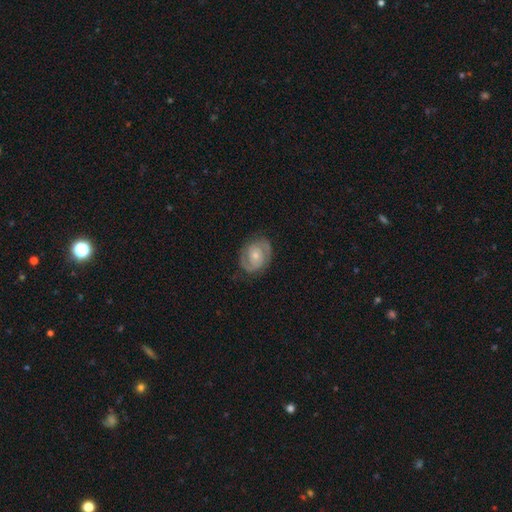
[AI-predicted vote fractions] Q: Smooth or featured?
A: featured or disk (84%); runner-up: smooth (11%)
Q: Edge-on disk?
A: no (98%); runner-up: yes (2%)
Q: Bar?
A: no (60%); runner-up: weak (32%)
Q: Spiral arms?
A: yes (95%); runner-up: no (5%)
Q: Spiral winding?
A: tight (53%); runner-up: medium (38%)
Q: Spiral arm count?
A: 2 (87%); runner-up: can't tell (6%)
Q: Bulge size?
A: small (58%); runner-up: moderate (36%)
Q: Merging?
A: none (80%); runner-up: minor disturbance (13%)